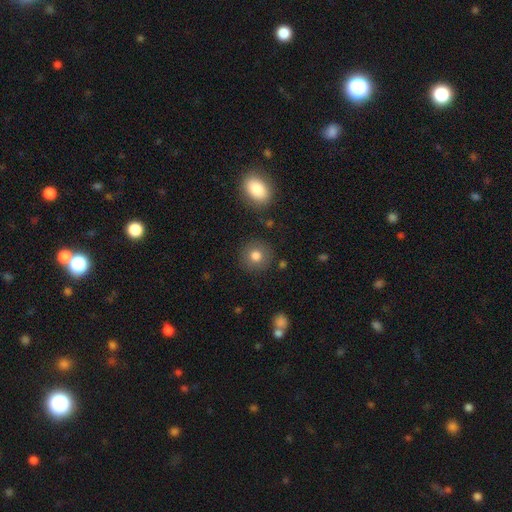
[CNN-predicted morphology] Smooth or featured? smooth (80%)
How rounded? round (90%)
Merging? none (86%)